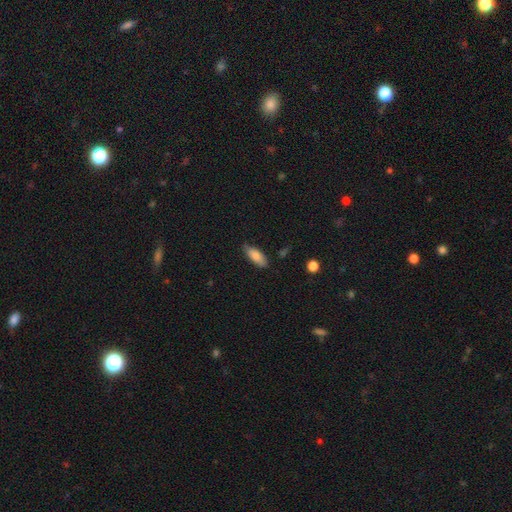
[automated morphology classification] Q: Smooth or featured?
A: smooth (79%); runner-up: featured or disk (14%)
Q: How rounded?
A: in between (77%); runner-up: cigar-shaped (21%)
Q: Merging?
A: none (78%); runner-up: minor disturbance (18%)